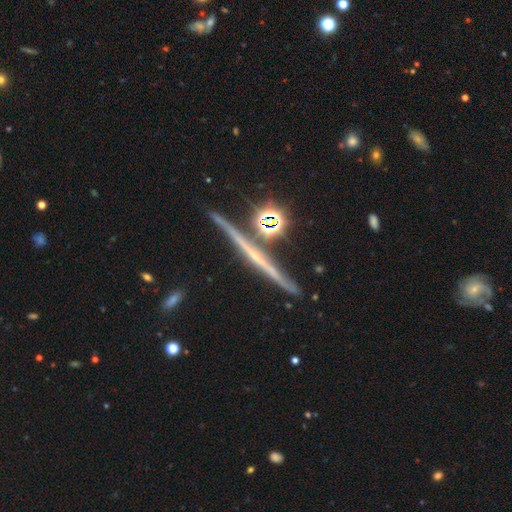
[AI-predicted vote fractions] Smooth or featured? Predicted: featured or disk (p=0.75). Edge-on disk? Predicted: yes (p=0.98). Edge-on bulge? Predicted: none (p=0.61). Merging? Predicted: none (p=0.84).